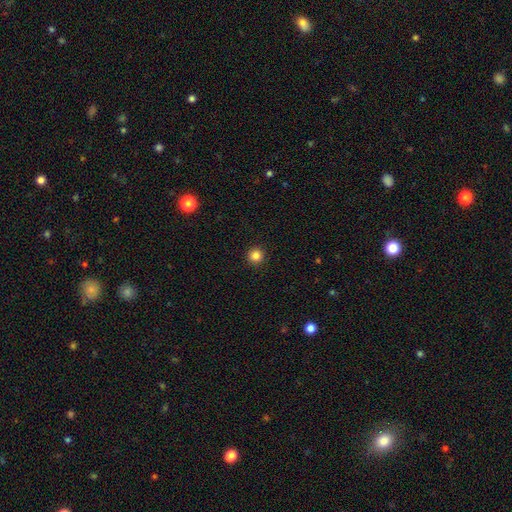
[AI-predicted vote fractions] A smooth galaxy with no disk features (85%) that is round (95%).

Vote fractions:
- Smooth or featured? smooth: 85% / star or artifact: 11% / featured or disk: 4%
- How rounded? round: 95% / in between: 4% / cigar-shaped: 1%
- Merging? none: 93% / minor disturbance: 4% / major disturbance: 2% / merger: 1%